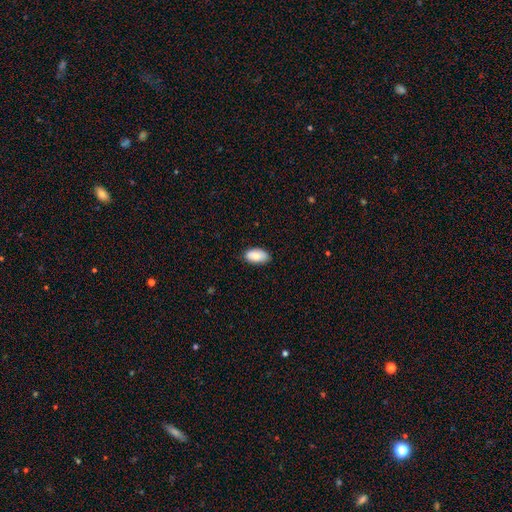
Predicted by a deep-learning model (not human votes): This appears to be a smooth galaxy with no disk features (80%) that is in between round and cigar-shaped (95%). Merging: none (82%).